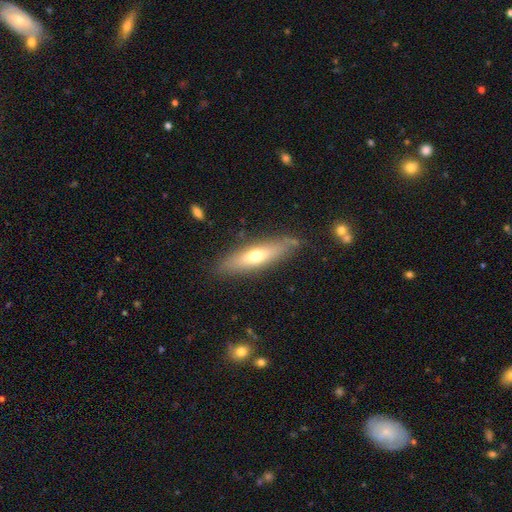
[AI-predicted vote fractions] smooth 56%, featured or disk 37%, star or artifact 7%. Down the decision tree: how rounded — cigar-shaped (66%); merging — none (81%).